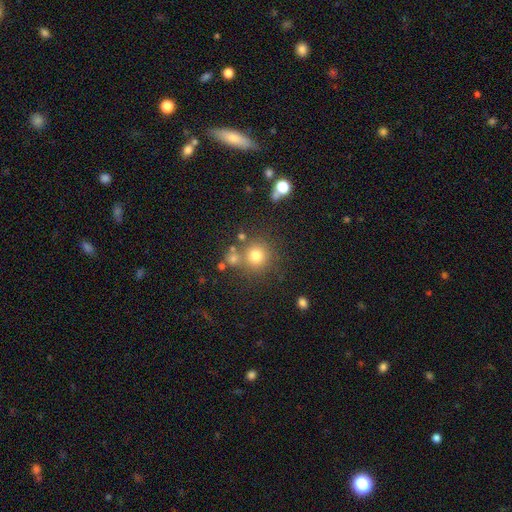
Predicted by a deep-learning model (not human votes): smooth-or-featured: smooth: 76% | star or artifact: 15% | featured or disk: 9%
  how-rounded: round: 92% | in between: 7% | cigar-shaped: 1%
  merging: none: 72% | merger: 14% | minor disturbance: 10% | major disturbance: 4%